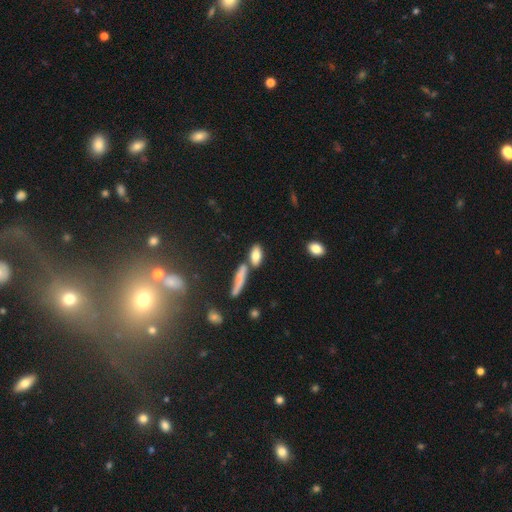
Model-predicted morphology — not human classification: Smooth or featured?
  - smooth: 79% *
  - featured or disk: 13%
  - star or artifact: 8%
How rounded?
  - in between: 78% *
  - cigar-shaped: 18%
  - round: 4%
Merging?
  - none: 61% *
  - merger: 23%
  - minor disturbance: 12%
  - major disturbance: 4%